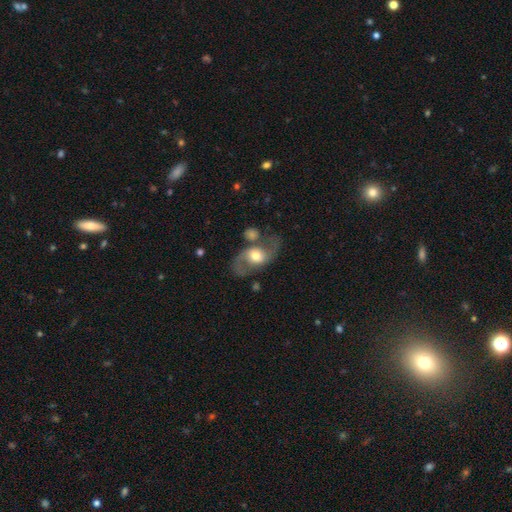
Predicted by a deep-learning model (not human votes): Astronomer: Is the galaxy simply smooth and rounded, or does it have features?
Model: featured or disk — 70%.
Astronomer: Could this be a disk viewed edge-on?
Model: no — 95%.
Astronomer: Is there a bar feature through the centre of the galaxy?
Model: no — 61%.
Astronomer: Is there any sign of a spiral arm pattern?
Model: yes — 82%.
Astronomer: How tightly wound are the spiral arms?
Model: loose — 52% (runner-up: medium, 39%).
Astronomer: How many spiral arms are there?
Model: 2 — 89%.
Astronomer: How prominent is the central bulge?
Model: moderate — 65%.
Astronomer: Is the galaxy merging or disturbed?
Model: none — 54%.